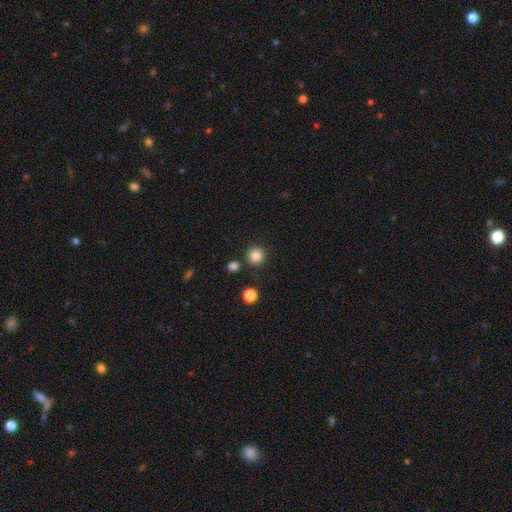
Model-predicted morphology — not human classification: This appears to be a smooth galaxy with no disk features (84%) that is round (93%). Merging: none (87%).